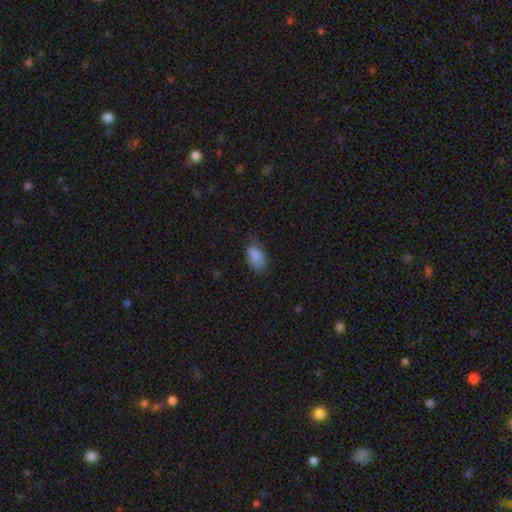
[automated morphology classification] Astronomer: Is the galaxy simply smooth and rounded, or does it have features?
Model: smooth — 83%.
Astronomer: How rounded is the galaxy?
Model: in between — 91%.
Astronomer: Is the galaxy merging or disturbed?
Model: none — 58%.